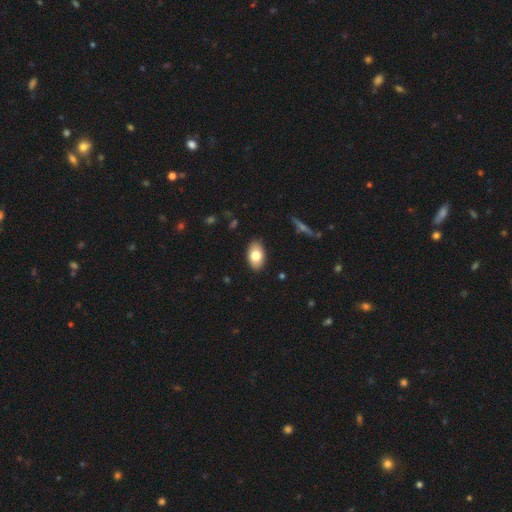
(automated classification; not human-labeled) The model was most divided on "smooth or featured": smooth: 78%, featured or disk: 15%, star or artifact: 7%. More confident: how rounded — in between (93%); merging — none (89%).